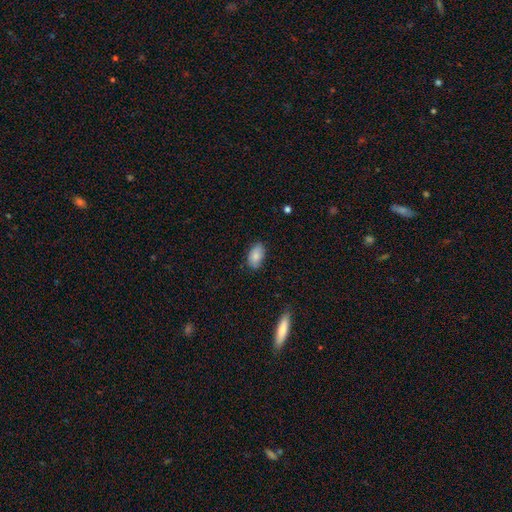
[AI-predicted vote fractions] smooth 83%, featured or disk 10%, star or artifact 7%. Down the decision tree: how rounded — in between (93%); merging — none (80%).